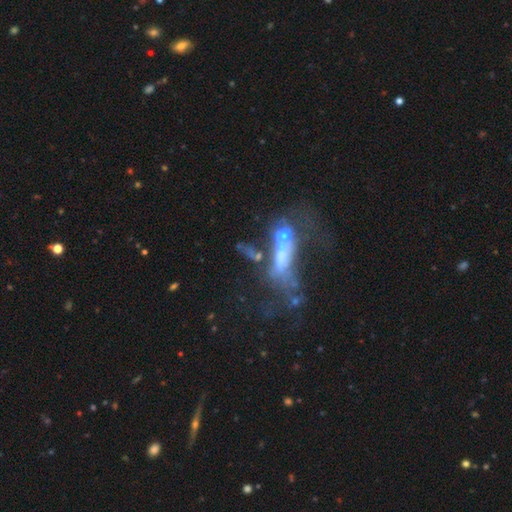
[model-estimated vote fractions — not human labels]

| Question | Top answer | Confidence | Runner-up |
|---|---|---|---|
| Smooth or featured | featured or disk | 50% | smooth (28%) |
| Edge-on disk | no | 82% | yes (18%) |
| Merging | merger | 38% | major disturbance (33%) |